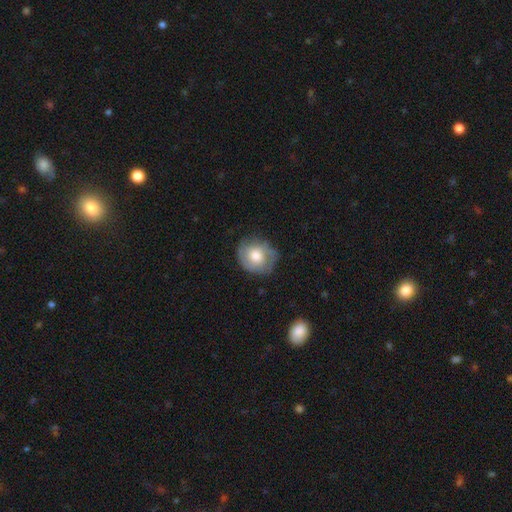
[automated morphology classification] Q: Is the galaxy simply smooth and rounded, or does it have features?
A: smooth — 56%.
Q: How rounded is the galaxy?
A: round — 77%.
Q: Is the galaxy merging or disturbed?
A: none — 70%.